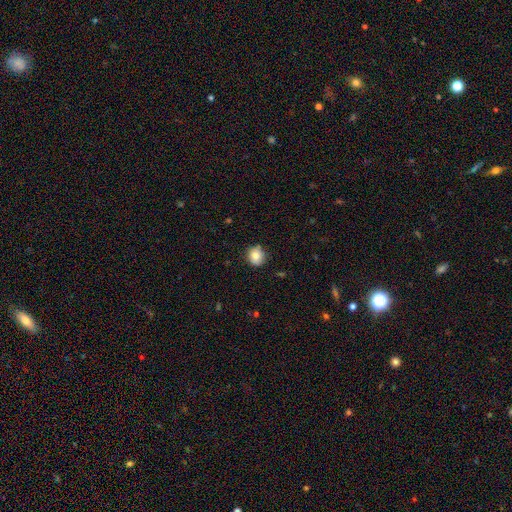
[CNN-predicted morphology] A smooth galaxy with no disk features (82%) that is round (85%).

Vote fractions:
- Smooth or featured? smooth: 82% / star or artifact: 9% / featured or disk: 9%
- How rounded? round: 85% / in between: 14% / cigar-shaped: 1%
- Merging? none: 83% / minor disturbance: 13% / major disturbance: 2% / merger: 1%